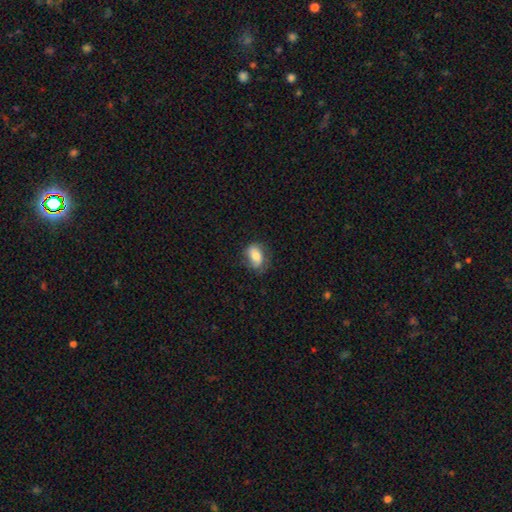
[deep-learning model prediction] The model was most divided on "merging": none: 63%, minor disturbance: 26%, major disturbance: 10%, merger: 1%. More confident: how rounded — in between (84%); smooth or featured — smooth (73%).